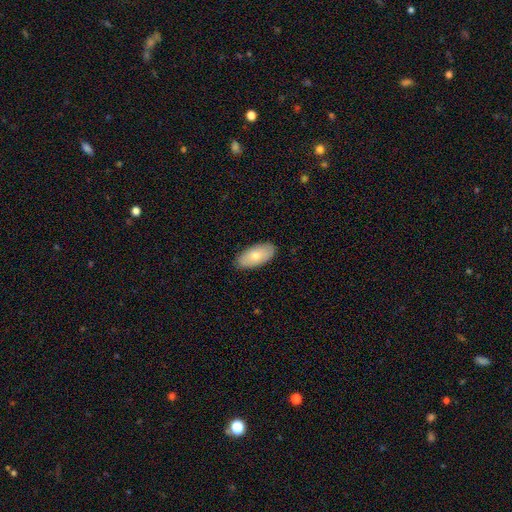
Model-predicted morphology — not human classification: smooth-or-featured: smooth: 73% | featured or disk: 21% | star or artifact: 6%
  how-rounded: in between: 93% | cigar-shaped: 4% | round: 2%
  merging: none: 87% | minor disturbance: 10% | major disturbance: 2% | merger: 1%